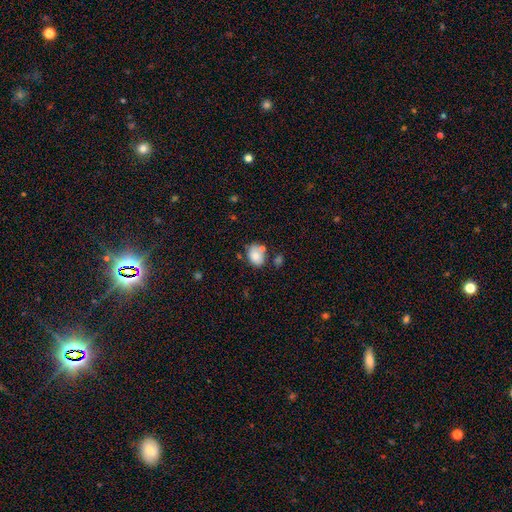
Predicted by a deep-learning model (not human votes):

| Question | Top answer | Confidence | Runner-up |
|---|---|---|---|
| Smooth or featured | smooth | 80% | featured or disk (11%) |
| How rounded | in between | 71% | round (28%) |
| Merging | none | 53% | minor disturbance (21%) |